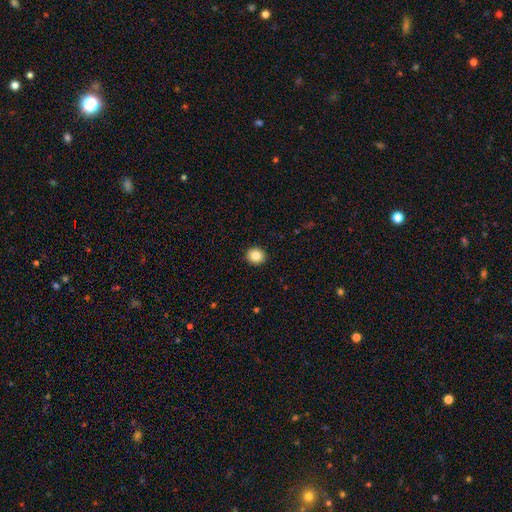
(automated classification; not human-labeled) This appears to be a smooth galaxy with no disk features (84%) that is round (86%). Merging: none (93%).